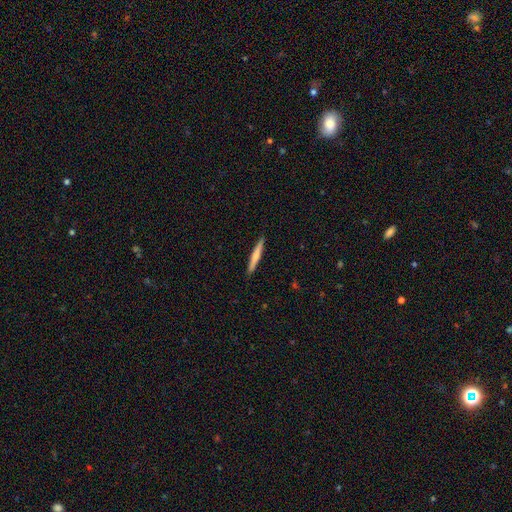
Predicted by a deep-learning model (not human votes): This appears to be a smooth galaxy with no disk features (65%) that is cigar-shaped (96%). Merging: none (92%).